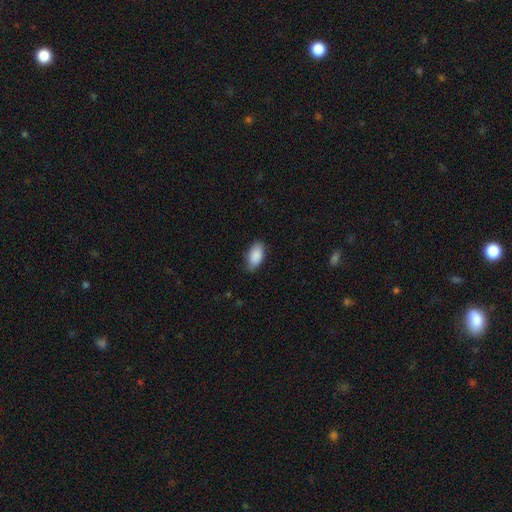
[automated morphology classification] smooth_or_featured: smooth (p=0.89) [alt: star or artifact p=0.06]
how_rounded: in between (p=0.94) [alt: round p=0.03]
merging: none (p=0.77) [alt: minor disturbance p=0.18]